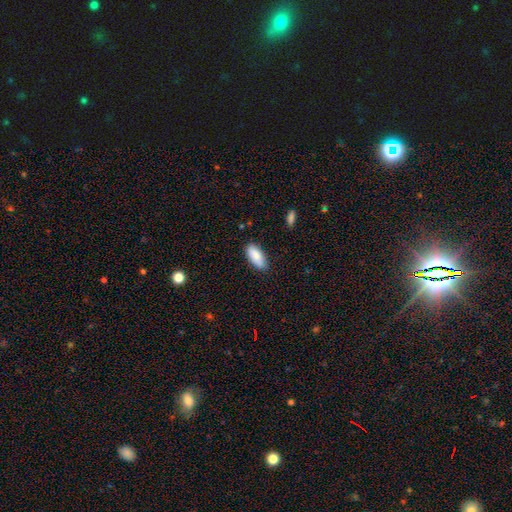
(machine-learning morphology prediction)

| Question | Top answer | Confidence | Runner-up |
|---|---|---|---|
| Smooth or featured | smooth | 85% | featured or disk (8%) |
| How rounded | in between | 86% | cigar-shaped (12%) |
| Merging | none | 79% | minor disturbance (16%) |